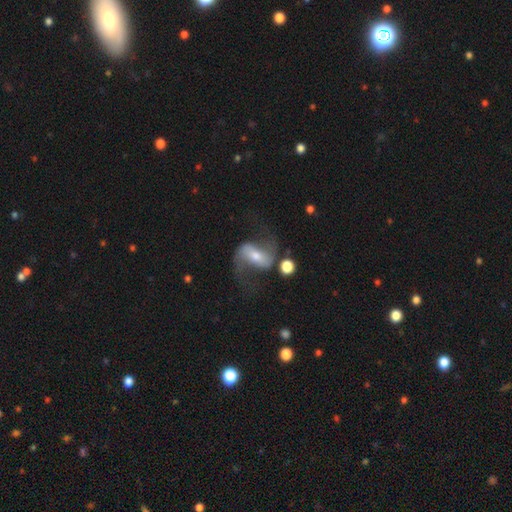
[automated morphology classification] Q: Smooth or featured?
A: featured or disk (83%); runner-up: smooth (10%)
Q: Edge-on disk?
A: no (96%); runner-up: yes (4%)
Q: Bar?
A: strong (44%); runner-up: weak (36%)
Q: Spiral arms?
A: yes (95%); runner-up: no (5%)
Q: Spiral winding?
A: loose (65%); runner-up: medium (29%)
Q: Spiral arm count?
A: 2 (93%); runner-up: can't tell (2%)
Q: Bulge size?
A: moderate (46%); runner-up: small (43%)
Q: Merging?
A: none (68%); runner-up: minor disturbance (14%)